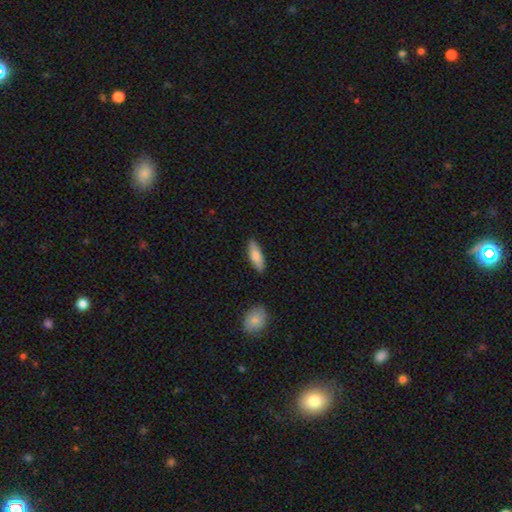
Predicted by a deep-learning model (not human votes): This is clearly a smooth galaxy (81%). How rounded: likely in between (63%). Merging: clearly none (84%).